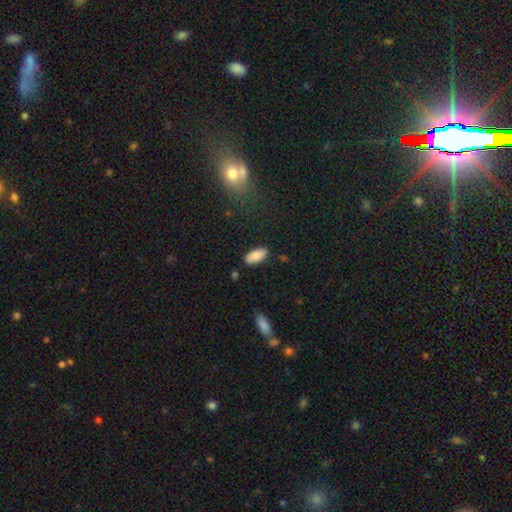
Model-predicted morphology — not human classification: Smooth or featured? smooth (83%)
How rounded? in between (91%)
Merging? none (84%)